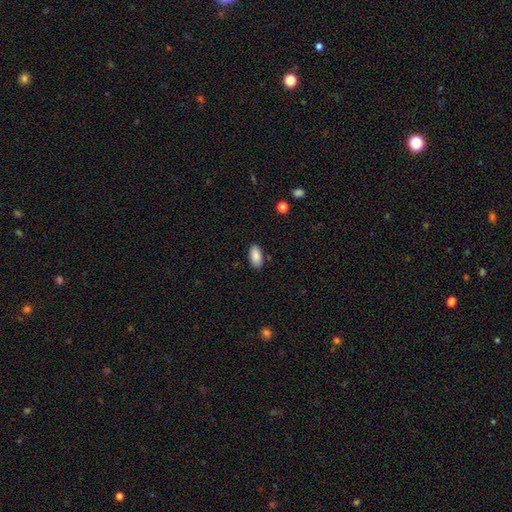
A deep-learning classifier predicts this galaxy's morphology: The model was most divided on "merging": none: 87%, minor disturbance: 10%, major disturbance: 2%, merger: 1%. More confident: how rounded — in between (94%); smooth or featured — smooth (89%).